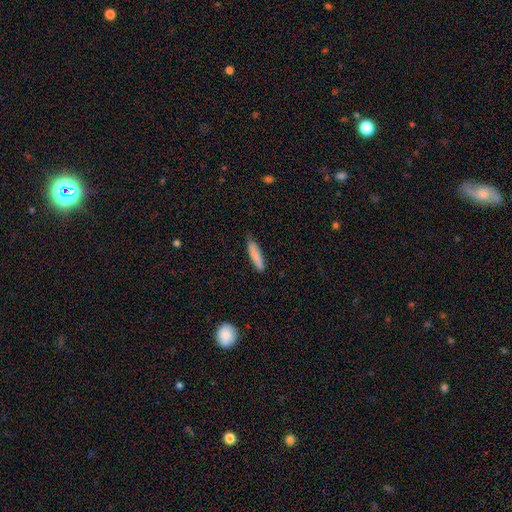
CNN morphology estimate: Smooth or featured? Predicted: smooth (p=0.84). How rounded? Predicted: cigar-shaped (p=0.81). Merging? Predicted: none (p=0.79).